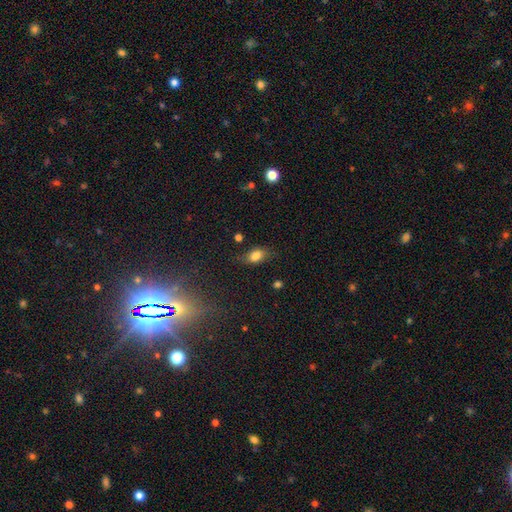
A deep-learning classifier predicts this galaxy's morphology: type=smooth (81%); roundness=in between (83%); merging=none (68%).